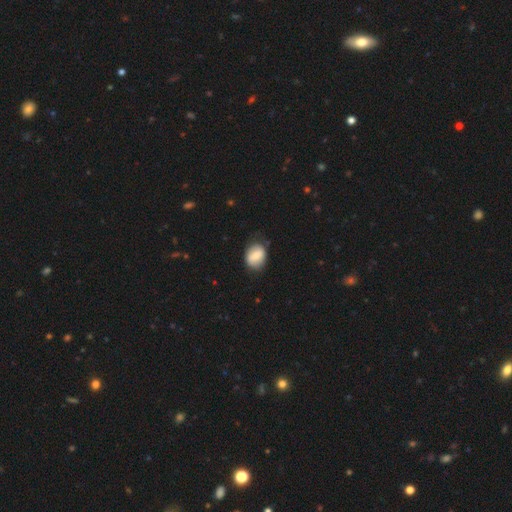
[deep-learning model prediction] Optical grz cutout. It shows a smooth galaxy with no disk features (65%) that is in between round and cigar-shaped (62%). Merging: none (71%).